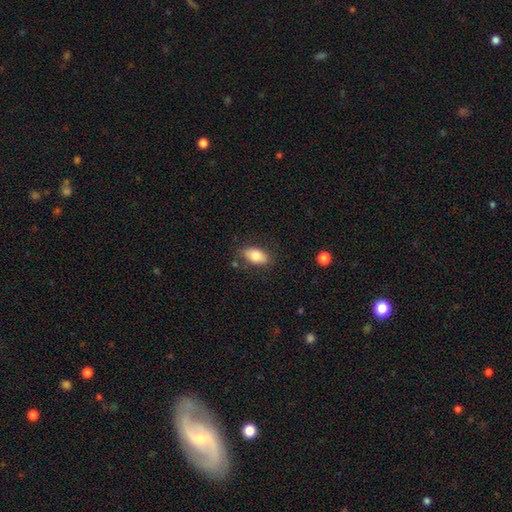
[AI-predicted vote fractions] smooth-or-featured: smooth: 81% | featured or disk: 12% | star or artifact: 7%
  how-rounded: in between: 90% | round: 6% | cigar-shaped: 3%
  merging: none: 81% | minor disturbance: 13% | major disturbance: 3% | merger: 2%